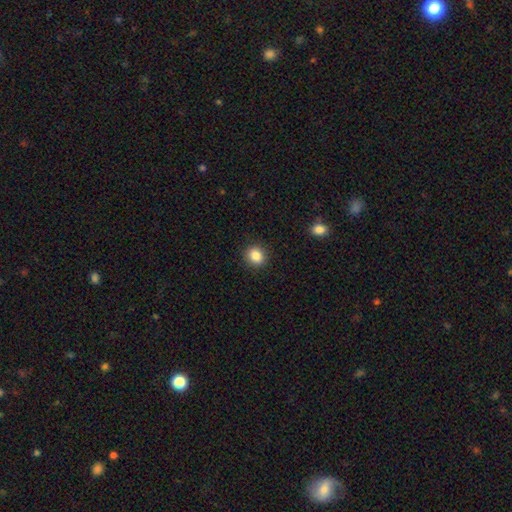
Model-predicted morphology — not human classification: This appears to be a smooth galaxy with no disk features (86%) that is round (76%). Merging: none (91%).